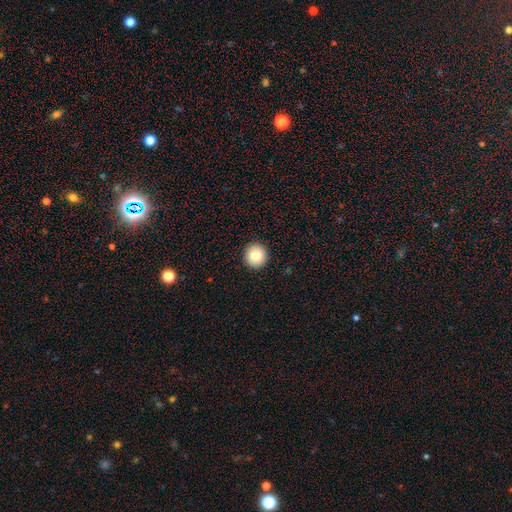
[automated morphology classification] A smooth galaxy with no disk features (85%) that is round (95%).

Vote fractions:
- Smooth or featured? smooth: 85% / star or artifact: 9% / featured or disk: 7%
- How rounded? round: 95% / in between: 4% / cigar-shaped: 1%
- Merging? none: 93% / minor disturbance: 5% / major disturbance: 2% / merger: 1%